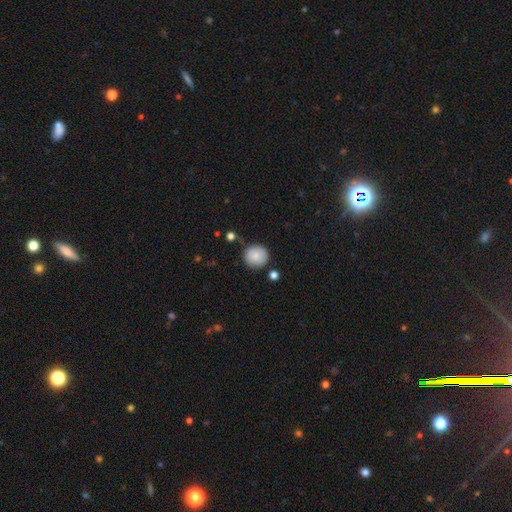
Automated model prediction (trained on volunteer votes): Morphology: type=smooth (83%); roundness=round (91%); merging=none (79%).